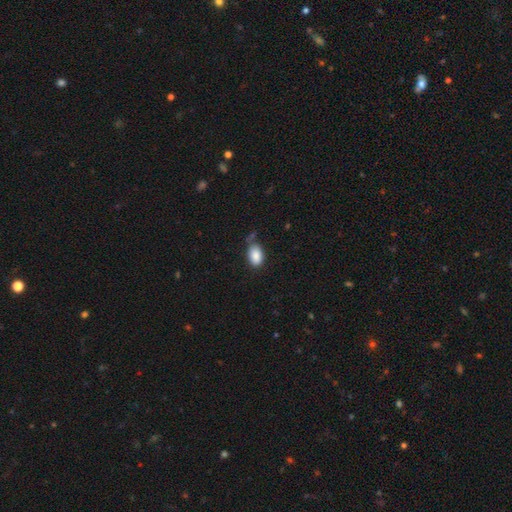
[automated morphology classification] Smooth or featured?
  - smooth: 87% *
  - star or artifact: 8%
  - featured or disk: 5%
How rounded?
  - in between: 89% *
  - round: 10%
  - cigar-shaped: 1%
Merging?
  - none: 64% *
  - minor disturbance: 23%
  - merger: 7%
  - major disturbance: 6%